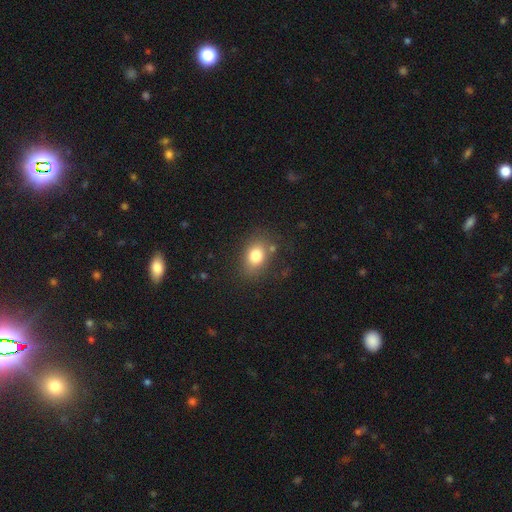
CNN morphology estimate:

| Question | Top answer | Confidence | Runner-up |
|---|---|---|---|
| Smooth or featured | smooth | 79% | star or artifact (11%) |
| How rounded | in between | 62% | round (37%) |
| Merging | none | 74% | minor disturbance (15%) |